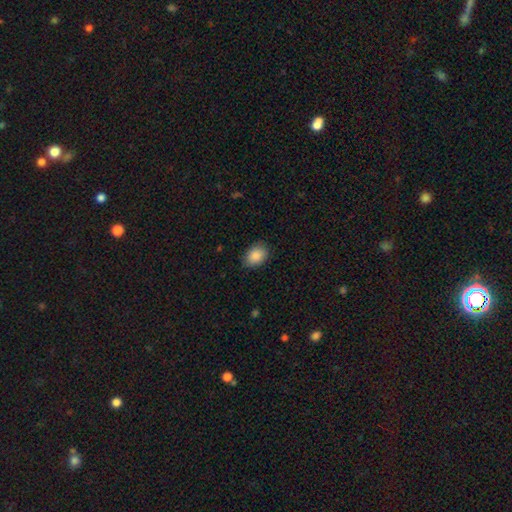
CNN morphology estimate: A smooth galaxy with no disk features (88%) that is in between round and cigar-shaped (79%). Merging: none (85%).